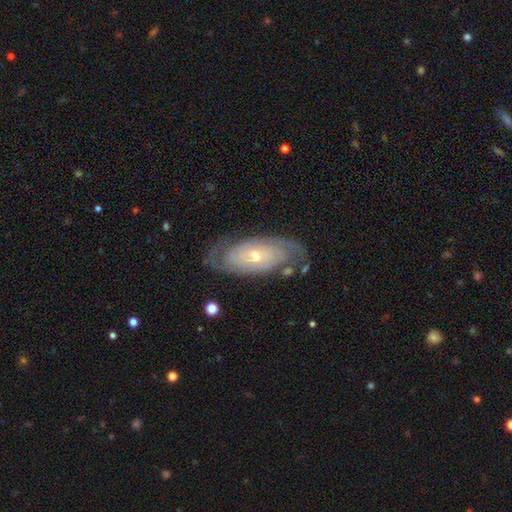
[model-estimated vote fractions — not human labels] This appears to be a featured or disk galaxy (79%) with no bar (80%), 2 (48%) tight (70%) spiral arms (88%) and a small central bulge (64%). Merging: none (75%).